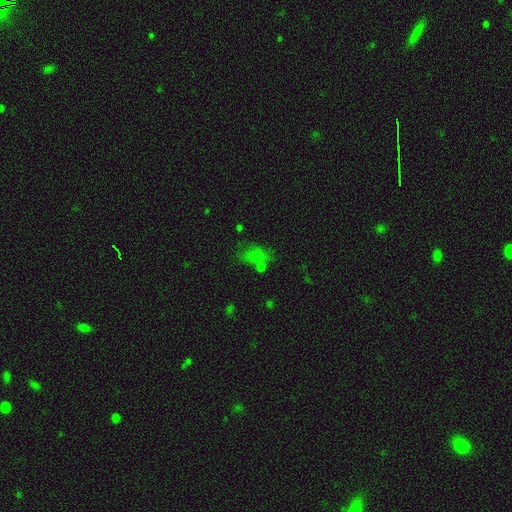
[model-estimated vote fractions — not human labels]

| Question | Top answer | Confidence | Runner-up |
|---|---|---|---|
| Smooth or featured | smooth | 59% | star or artifact (29%) |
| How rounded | in between | 78% | round (19%) |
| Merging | none | 50% | minor disturbance (21%) |